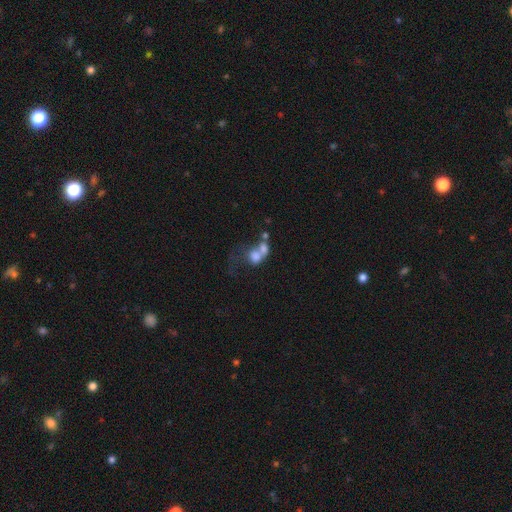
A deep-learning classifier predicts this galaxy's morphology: Overall: smooth (62%; featured or disk 25%). How rounded: in between (51%; round 47%). Merging: merger (62%).